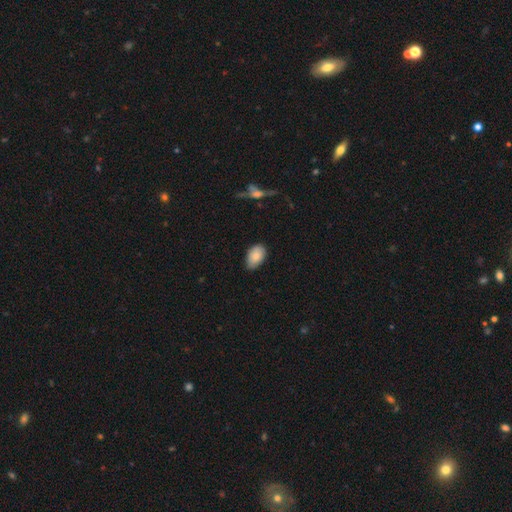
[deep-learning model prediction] Smooth or featured: smooth — 82% (featured or disk — 11%)
How rounded: in between — 91% (round — 7%)
Merging: none — 75% (minor disturbance — 21%)